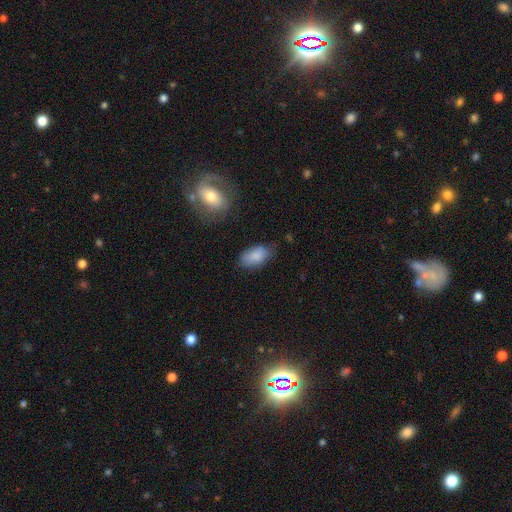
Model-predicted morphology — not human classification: A smooth galaxy with no disk features (86%) that is in between round and cigar-shaped (93%).

Vote fractions:
- Smooth or featured? smooth: 86% / star or artifact: 7% / featured or disk: 7%
- How rounded? in between: 93% / round: 4% / cigar-shaped: 3%
- Merging? none: 72% / minor disturbance: 21% / major disturbance: 5% / merger: 3%